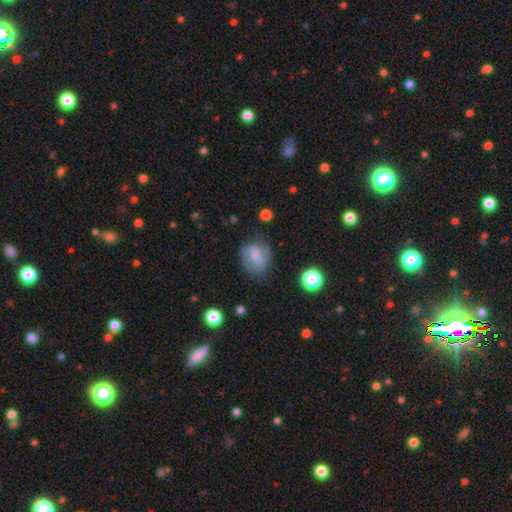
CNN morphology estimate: This is possibly a smooth galaxy (55%). How rounded: possibly round (56%). Merging: possibly none (60%).